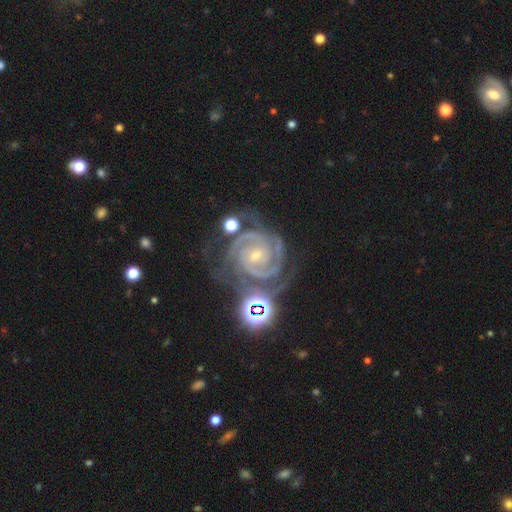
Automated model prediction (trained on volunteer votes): The model was most divided on "bar": no: 45%, weak: 37%, strong: 18%. Remaining: spiral arms — yes (99%); edge-on disk — no (98%); smooth or featured — featured or disk (91%); bulge size — small (72%); spiral winding — tight (72%); merging — none (58%); spiral arm count — 2 (41%).